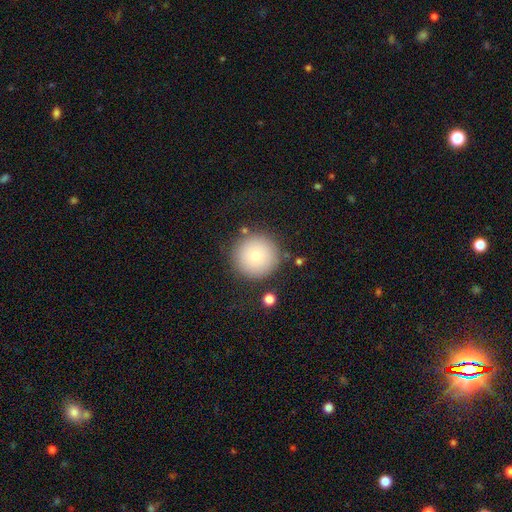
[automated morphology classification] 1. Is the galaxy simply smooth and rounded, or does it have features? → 75% smooth, 14% featured or disk, 11% star or artifact.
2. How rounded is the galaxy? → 96% round, 3% in between, 1% cigar-shaped.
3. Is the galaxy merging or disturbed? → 84% none, 9% minor disturbance, 3% merger, 3% major disturbance.